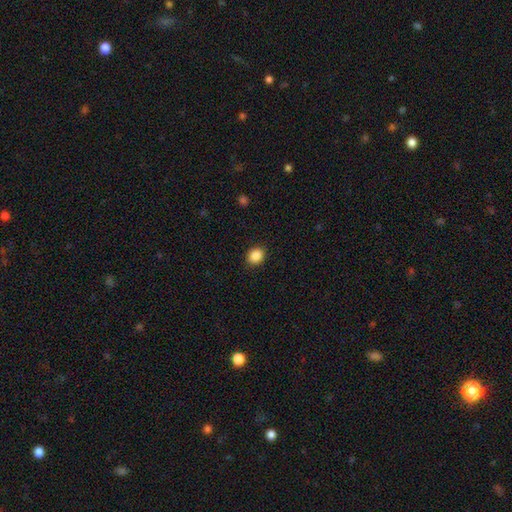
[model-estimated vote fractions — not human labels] Smooth or featured: smooth — 88% (star or artifact — 9%)
How rounded: round — 61% (in between — 38%)
Merging: none — 90% (minor disturbance — 7%)